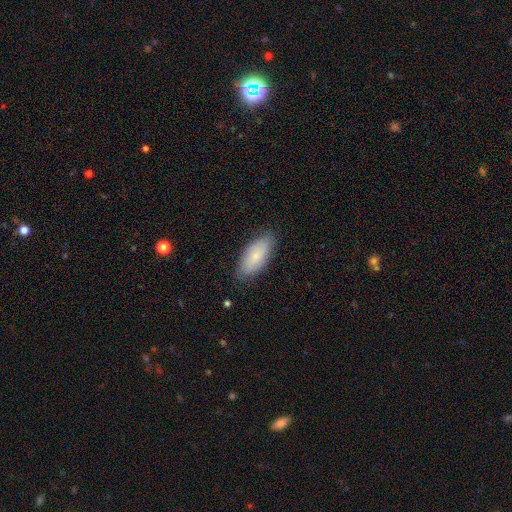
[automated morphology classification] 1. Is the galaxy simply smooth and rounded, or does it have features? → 77% smooth, 17% featured or disk, 6% star or artifact.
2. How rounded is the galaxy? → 86% in between, 12% cigar-shaped, 2% round.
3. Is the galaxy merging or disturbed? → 81% none, 15% minor disturbance, 3% major disturbance, 1% merger.